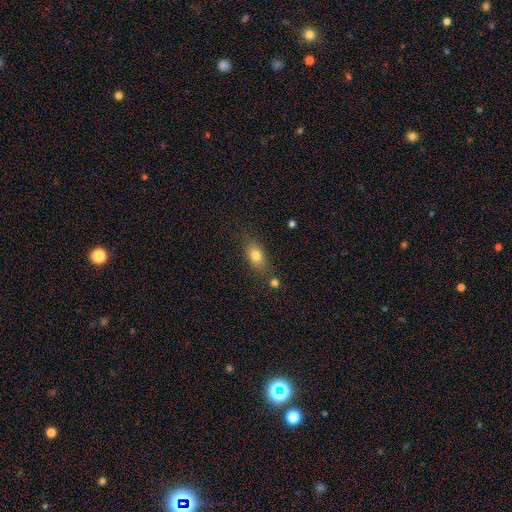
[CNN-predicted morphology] Overall: smooth (80%). How rounded: in between (80%). Merging: none (73%).